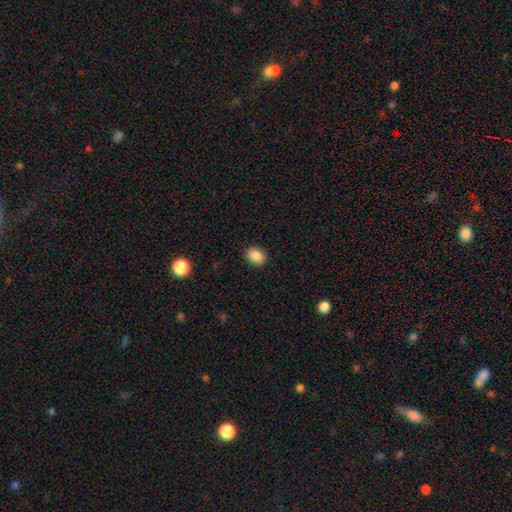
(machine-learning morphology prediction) smooth-or-featured: smooth: 88% | star or artifact: 8% | featured or disk: 3%
  how-rounded: in between: 65% | round: 34% | cigar-shaped: 1%
  merging: none: 89% | minor disturbance: 8% | major disturbance: 2% | merger: 1%